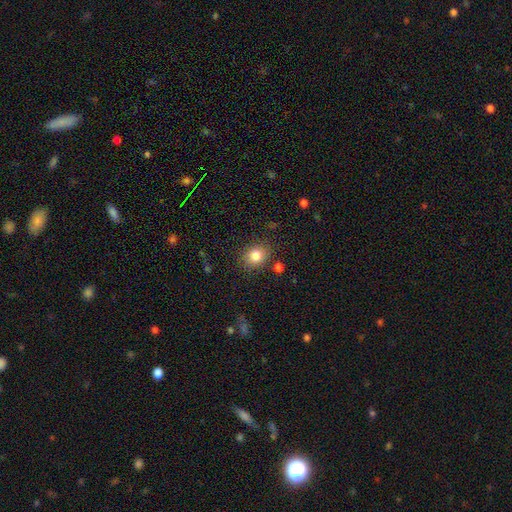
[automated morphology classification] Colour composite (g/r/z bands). It shows a smooth galaxy with no disk features (83%) that is round (63%). Merging: none (83%).